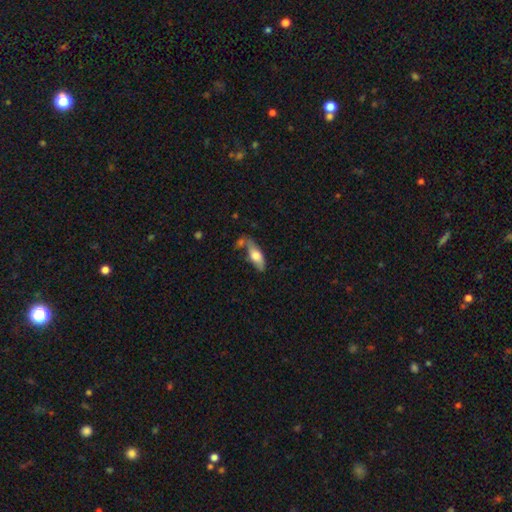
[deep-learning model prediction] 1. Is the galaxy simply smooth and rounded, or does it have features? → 63% smooth, 31% featured or disk, 6% star or artifact.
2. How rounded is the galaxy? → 69% in between, 28% cigar-shaped, 3% round.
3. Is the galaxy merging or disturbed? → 48% none, 25% minor disturbance, 17% merger, 11% major disturbance.